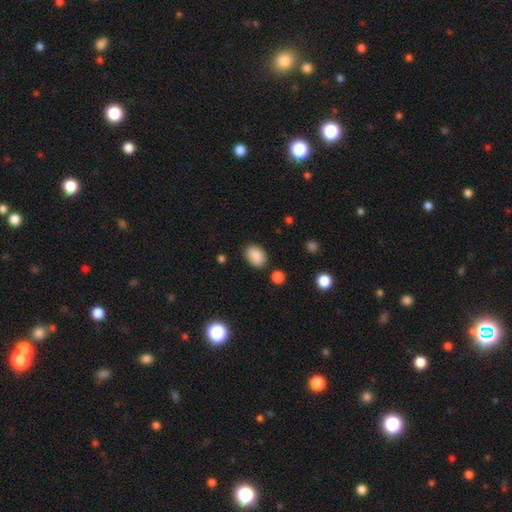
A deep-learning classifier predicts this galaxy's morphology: Smooth or featured? Predicted: smooth (p=0.88). How rounded? Predicted: in between (p=0.78). Merging? Predicted: none (p=0.83).